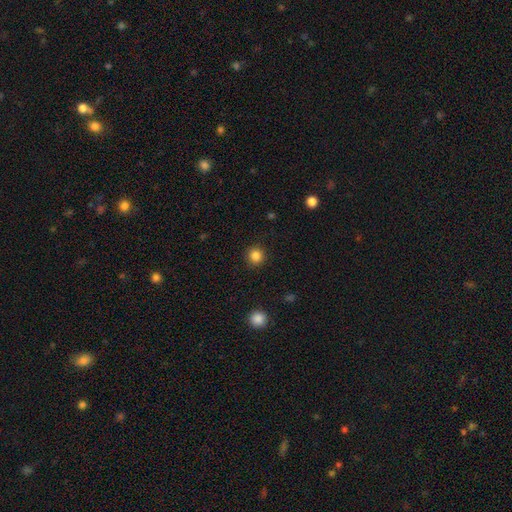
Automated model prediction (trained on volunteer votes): A smooth galaxy with no disk features (84%) that is round (93%). Merging: none (91%).